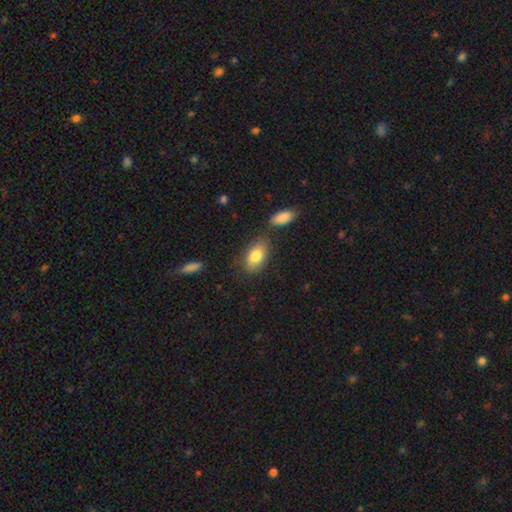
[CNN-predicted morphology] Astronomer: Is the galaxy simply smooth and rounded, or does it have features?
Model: smooth — 82%.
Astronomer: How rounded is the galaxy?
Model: in between — 91%.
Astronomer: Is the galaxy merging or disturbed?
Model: none — 71%.